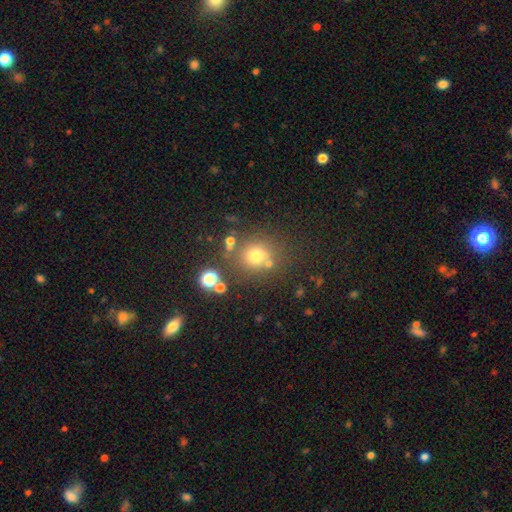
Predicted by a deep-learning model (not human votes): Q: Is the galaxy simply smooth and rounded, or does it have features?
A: smooth — 69%.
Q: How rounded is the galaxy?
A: round — 85%.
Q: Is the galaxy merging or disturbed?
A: none — 72%.